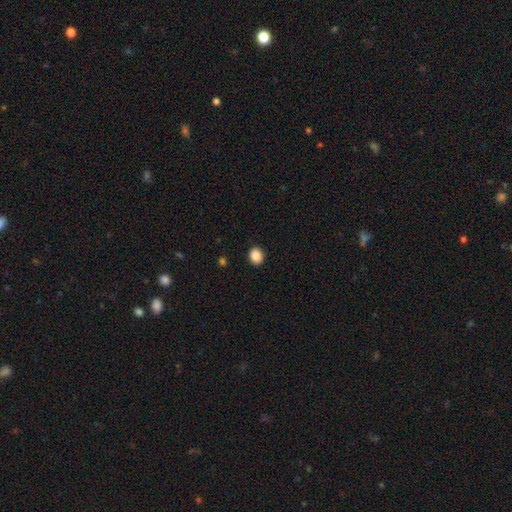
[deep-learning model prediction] Q: Smooth or featured?
A: smooth (89%); runner-up: star or artifact (9%)
Q: How rounded?
A: round (58%); runner-up: in between (41%)
Q: Merging?
A: none (91%); runner-up: minor disturbance (7%)